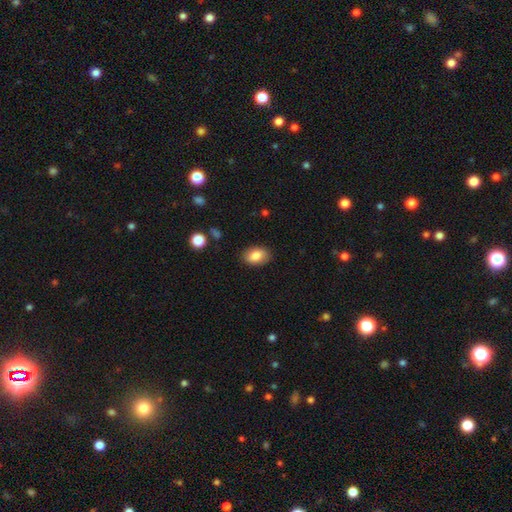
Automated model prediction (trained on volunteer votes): Smooth or featured?
  - smooth: 85% *
  - star or artifact: 8%
  - featured or disk: 8%
How rounded?
  - in between: 87% *
  - round: 11%
  - cigar-shaped: 1%
Merging?
  - none: 86% *
  - minor disturbance: 10%
  - major disturbance: 3%
  - merger: 1%